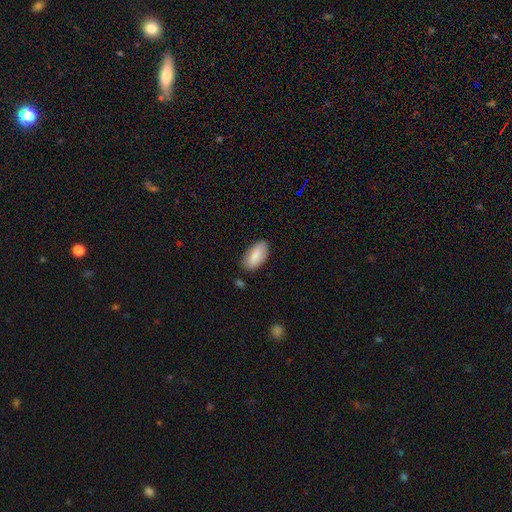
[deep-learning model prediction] Smooth or featured? Predicted: smooth (p=0.83). How rounded? Predicted: in between (p=0.92). Merging? Predicted: none (p=0.78).